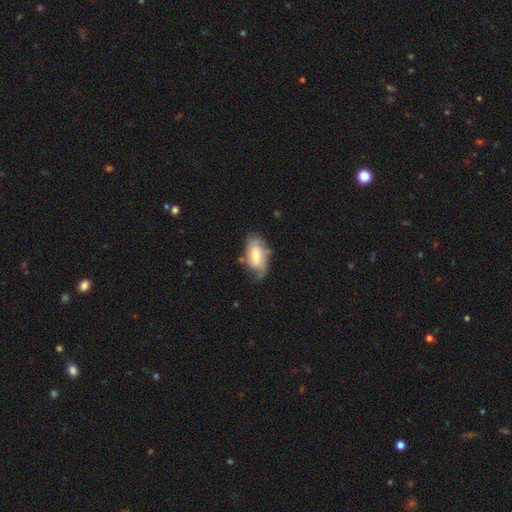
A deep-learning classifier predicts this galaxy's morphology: A featured or disk galaxy (54%). Merging: none (52%).